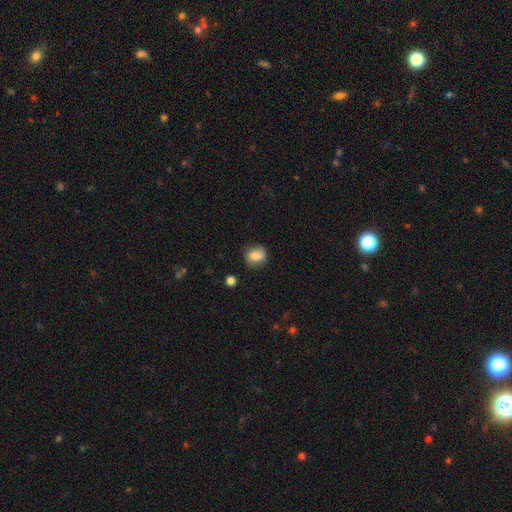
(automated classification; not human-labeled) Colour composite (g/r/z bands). It shows a smooth galaxy with no disk features (80%) that is round (73%). Merging: none (81%).